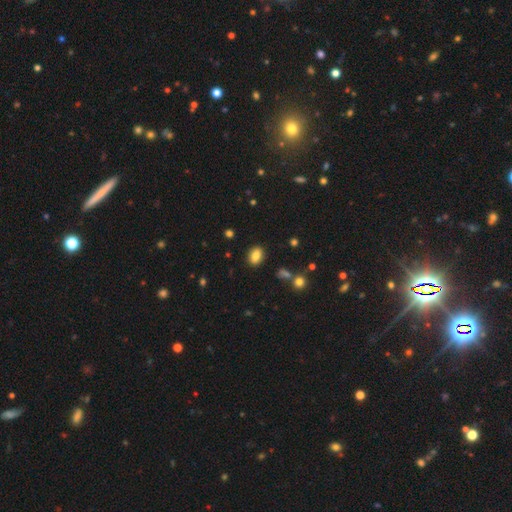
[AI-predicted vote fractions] Smooth or featured: smooth — 83% (star or artifact — 10%)
How rounded: in between — 75% (round — 24%)
Merging: none — 87% (minor disturbance — 8%)